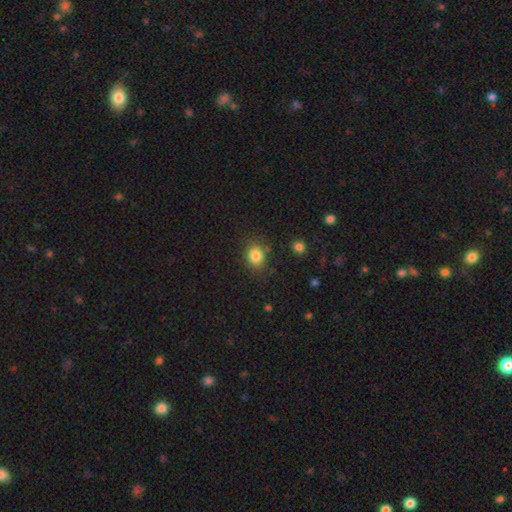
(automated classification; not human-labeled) Smooth or featured: smooth — 83% (star or artifact — 11%)
How rounded: round — 58% (in between — 41%)
Merging: none — 79% (minor disturbance — 14%)